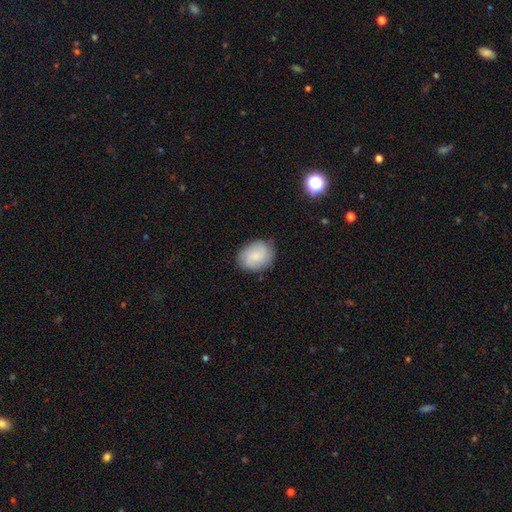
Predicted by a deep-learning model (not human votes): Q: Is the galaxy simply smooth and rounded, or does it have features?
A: smooth — 66%.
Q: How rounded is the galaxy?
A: in between — 64%.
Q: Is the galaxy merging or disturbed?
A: none — 80%.